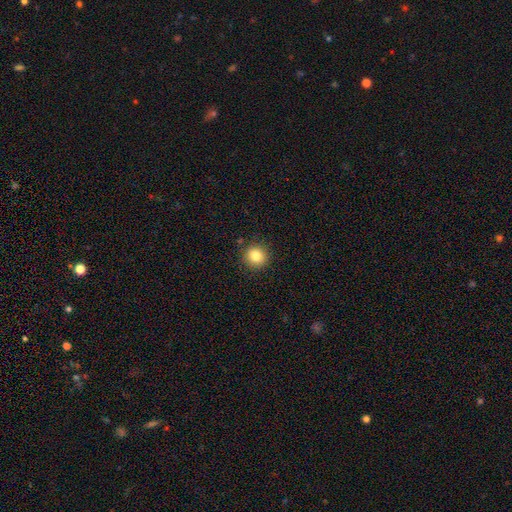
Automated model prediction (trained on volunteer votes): smooth-or-featured: smooth: 83% | star or artifact: 11% | featured or disk: 6%
  how-rounded: round: 92% | in between: 7% | cigar-shaped: 1%
  merging: none: 90% | minor disturbance: 7% | major disturbance: 2% | merger: 1%